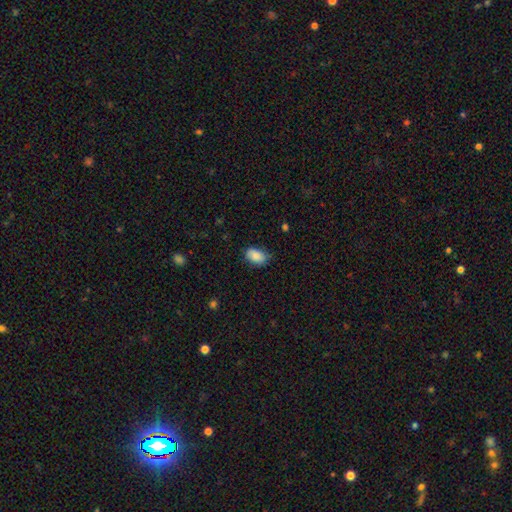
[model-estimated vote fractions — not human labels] This is clearly a smooth galaxy (85%). How rounded: clearly in between (89%). Merging: likely none (67%).